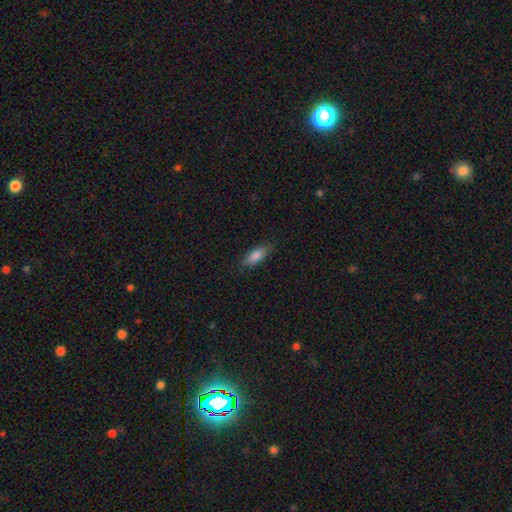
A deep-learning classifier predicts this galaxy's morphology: This appears to be a smooth galaxy with no disk features (84%) that is in between round and cigar-shaped (70%). Merging: none (84%).